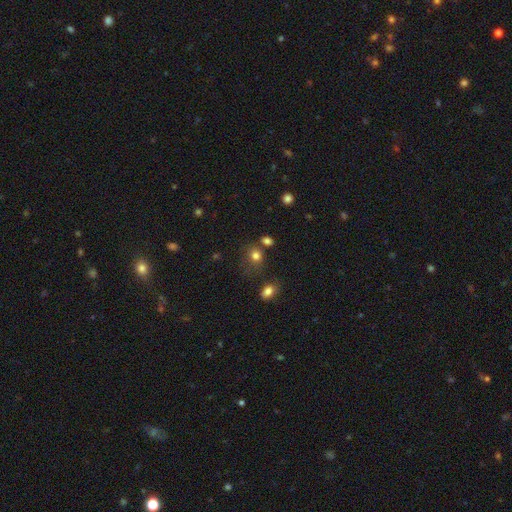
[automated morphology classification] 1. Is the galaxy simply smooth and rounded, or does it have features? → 80% smooth, 14% star or artifact, 7% featured or disk.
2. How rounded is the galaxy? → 67% round, 32% in between, 1% cigar-shaped.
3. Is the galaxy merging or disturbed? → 63% none, 18% minor disturbance, 12% merger, 7% major disturbance.